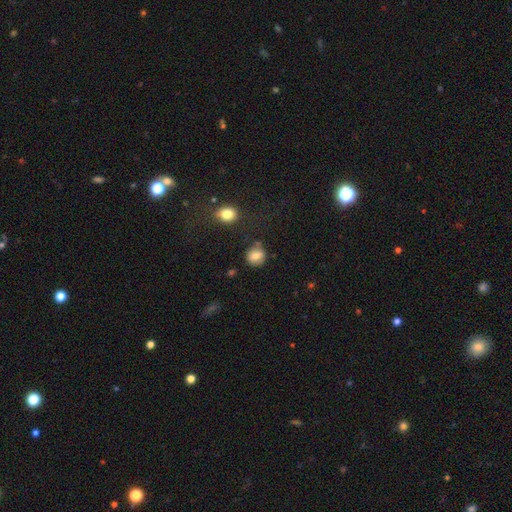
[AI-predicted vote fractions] This appears to be a smooth galaxy with no disk features (75%) that is round (78%). Merging: none (75%).